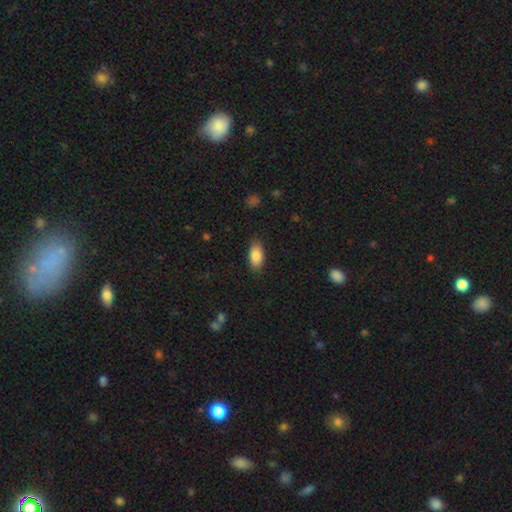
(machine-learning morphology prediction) This is clearly a smooth galaxy (86%). How rounded: clearly in between (92%). Merging: clearly none (84%).